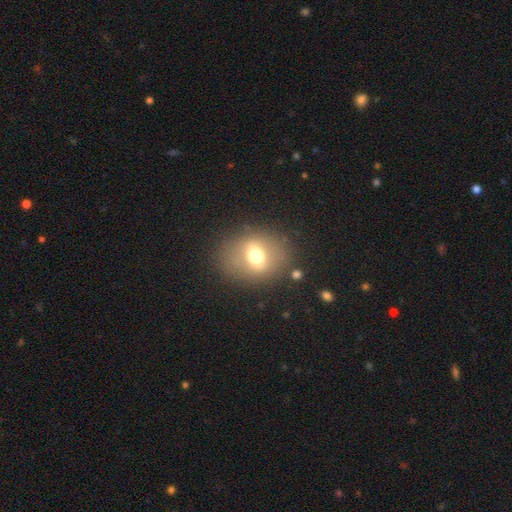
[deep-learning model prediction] A smooth galaxy with no disk features (55%) that is round (50%).

Vote fractions:
- Smooth or featured? smooth: 55% / featured or disk: 33% / star or artifact: 12%
- How rounded? round: 50% / in between: 48% / cigar-shaped: 1%
- Merging? none: 78% / minor disturbance: 12% / major disturbance: 7% / merger: 2%